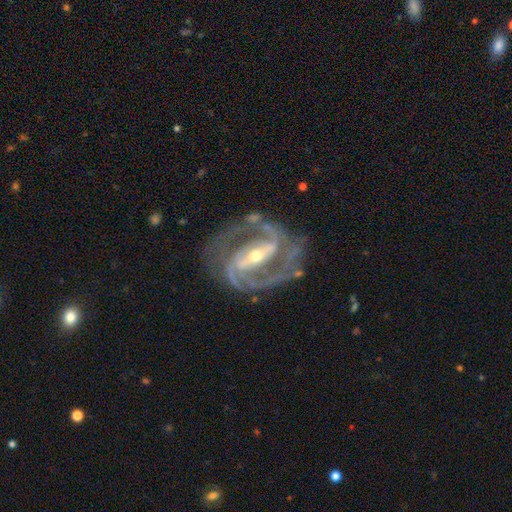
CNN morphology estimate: Smooth or featured: featured or disk — 93% (star or artifact — 4%)
Edge-on disk: no — 97% (yes — 3%)
Bar: strong — 67% (weak — 24%)
Spiral arms: yes — 98% (no — 2%)
Spiral winding: medium — 53% (tight — 38%)
Spiral arm count: 2 — 77% (3 — 12%)
Bulge size: small — 54% (moderate — 42%)
Merging: none — 72% (minor disturbance — 17%)